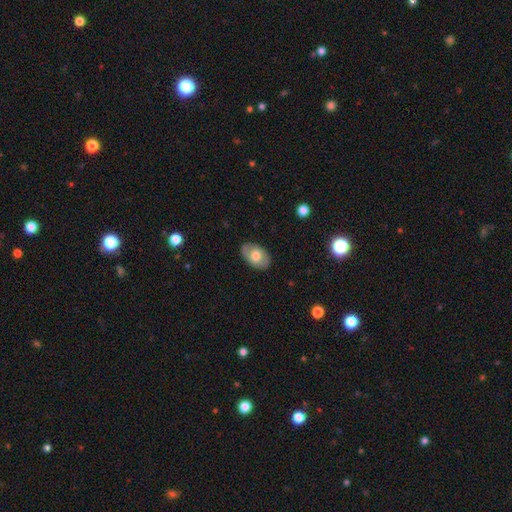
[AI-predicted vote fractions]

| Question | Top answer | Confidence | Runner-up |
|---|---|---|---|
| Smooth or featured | smooth | 59% | featured or disk (35%) |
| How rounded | in between | 87% | round (11%) |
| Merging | none | 83% | minor disturbance (13%) |